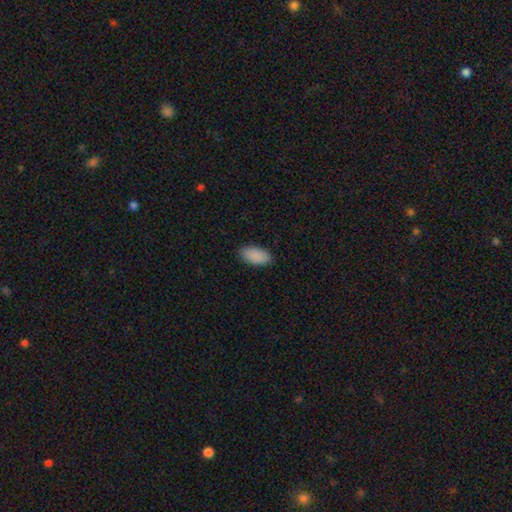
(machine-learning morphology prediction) smooth 90%, star or artifact 7%, featured or disk 3%. Down the decision tree: how rounded — in between (94%); merging — none (88%).